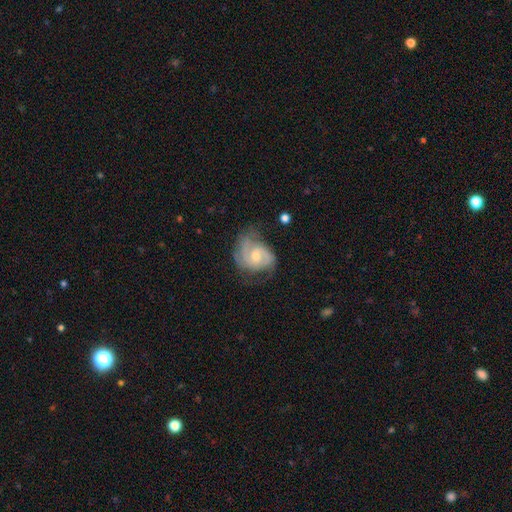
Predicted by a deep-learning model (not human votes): This is clearly a featured or disk galaxy (84%). It is clearly not viewed edge-on (98%). Bar: possibly no (56%). Spiral arm pattern: clearly yes (96%). Spiral arm count: likely 2 (69%). Spiral winding: marginally medium (44%). Central bulge: possibly moderate (50%). Merging: possibly none (59%).